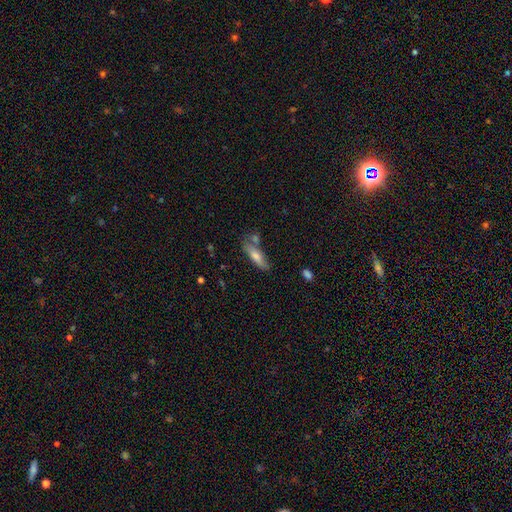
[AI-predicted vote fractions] Q: Smooth or featured?
A: smooth (62%); runner-up: featured or disk (30%)
Q: How rounded?
A: cigar-shaped (60%); runner-up: in between (37%)
Q: Merging?
A: none (61%); runner-up: minor disturbance (19%)